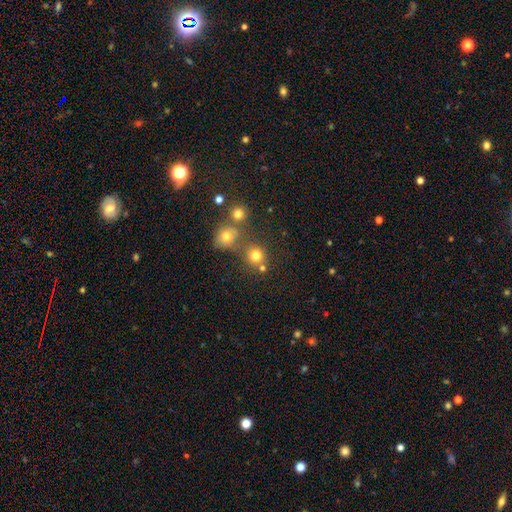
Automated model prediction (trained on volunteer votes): Overall: smooth (76%). How rounded: round (89%). Merging: none (67%).